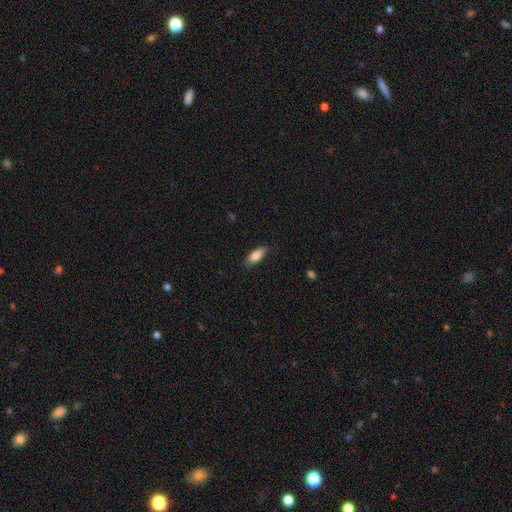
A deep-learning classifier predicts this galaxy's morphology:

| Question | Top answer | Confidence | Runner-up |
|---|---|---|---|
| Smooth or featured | smooth | 81% | featured or disk (12%) |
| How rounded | in between | 76% | cigar-shaped (21%) |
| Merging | none | 83% | minor disturbance (13%) |